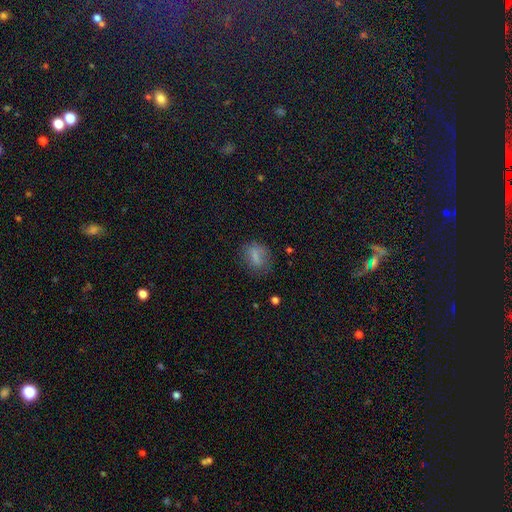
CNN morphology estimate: Smooth or featured? smooth (73%)
How rounded? in between (57%)
Merging? none (65%)